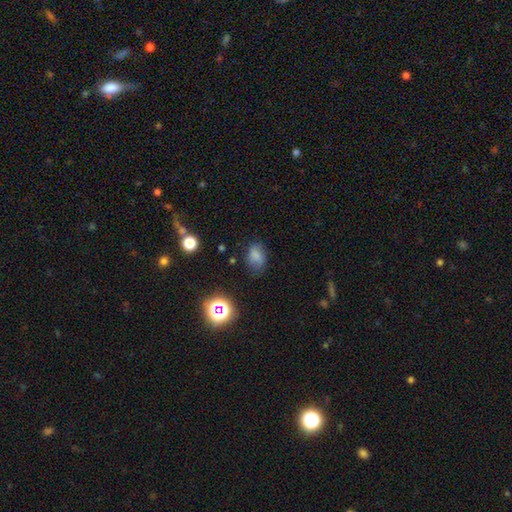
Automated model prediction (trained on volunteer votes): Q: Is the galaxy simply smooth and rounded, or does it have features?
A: smooth — 74%.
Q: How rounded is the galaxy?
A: in between — 79%.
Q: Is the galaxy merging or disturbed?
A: none — 64%.